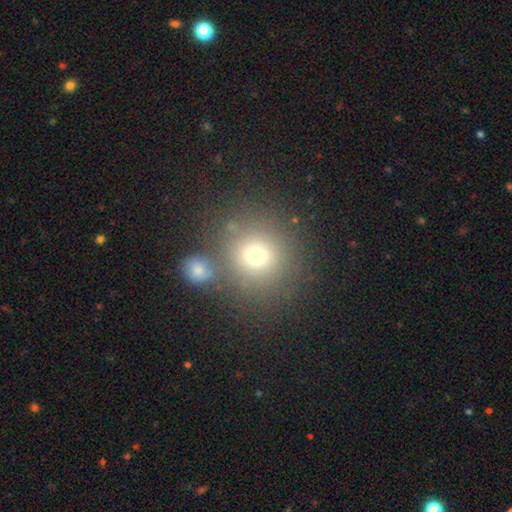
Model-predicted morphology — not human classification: The model was most divided on "smooth or featured": smooth: 70%, star or artifact: 18%, featured or disk: 12%. More confident: how rounded — round (90%); merging — none (71%).